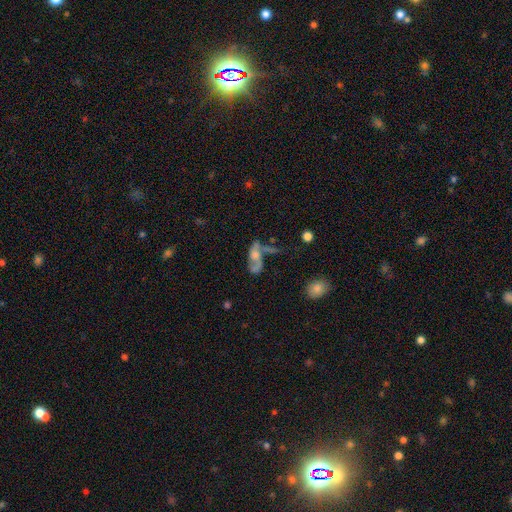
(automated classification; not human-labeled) Smooth or featured? featured or disk (59%)
Edge-on disk? no (91%)
Bar? no (74%)
Spiral arms? yes (66%)
Bulge size? moderate (36%)
Merging? merger (31%)